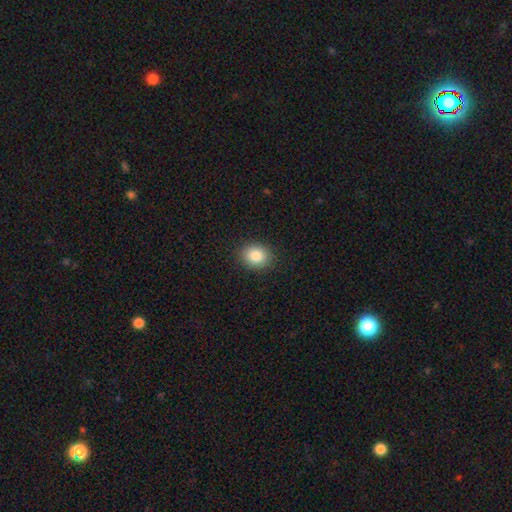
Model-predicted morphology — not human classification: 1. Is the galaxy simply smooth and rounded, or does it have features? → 84% smooth, 9% star or artifact, 6% featured or disk.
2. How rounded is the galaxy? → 66% round, 33% in between, 1% cigar-shaped.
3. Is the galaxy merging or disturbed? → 90% none, 7% minor disturbance, 2% major disturbance, 1% merger.